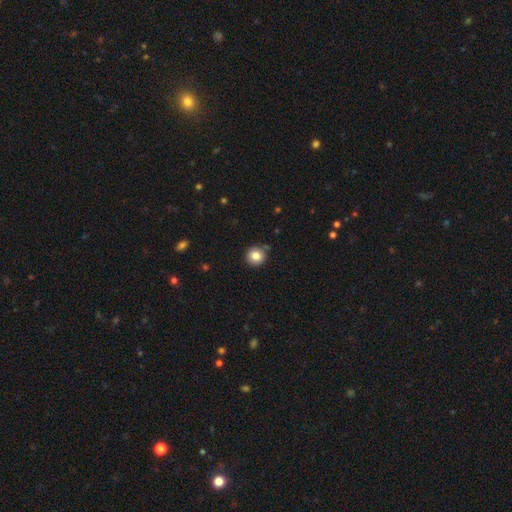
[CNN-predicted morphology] Smooth or featured?
  - smooth: 83% *
  - star or artifact: 10%
  - featured or disk: 7%
How rounded?
  - round: 93% *
  - in between: 6%
  - cigar-shaped: 1%
Merging?
  - none: 85% *
  - minor disturbance: 10%
  - merger: 3%
  - major disturbance: 2%